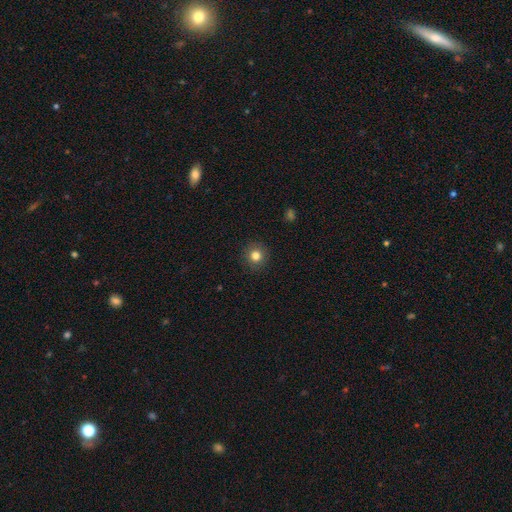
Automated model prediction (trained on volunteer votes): Q: Smooth or featured?
A: smooth (81%); runner-up: star or artifact (11%)
Q: How rounded?
A: round (93%); runner-up: in between (6%)
Q: Merging?
A: none (91%); runner-up: minor disturbance (6%)